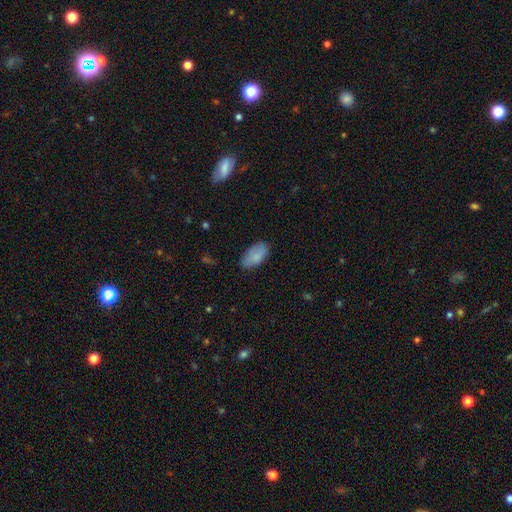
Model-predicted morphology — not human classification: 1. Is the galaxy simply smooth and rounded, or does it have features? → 84% smooth, 9% featured or disk, 6% star or artifact.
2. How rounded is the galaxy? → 94% in between, 3% cigar-shaped, 3% round.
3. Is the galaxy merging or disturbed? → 77% none, 18% minor disturbance, 4% major disturbance, 1% merger.